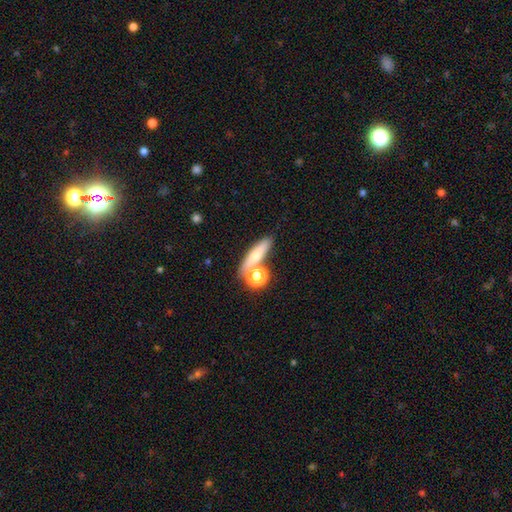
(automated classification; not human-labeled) Smooth or featured? Predicted: smooth (p=0.66). How rounded? Predicted: cigar-shaped (p=0.47). Merging? Predicted: none (p=0.63).